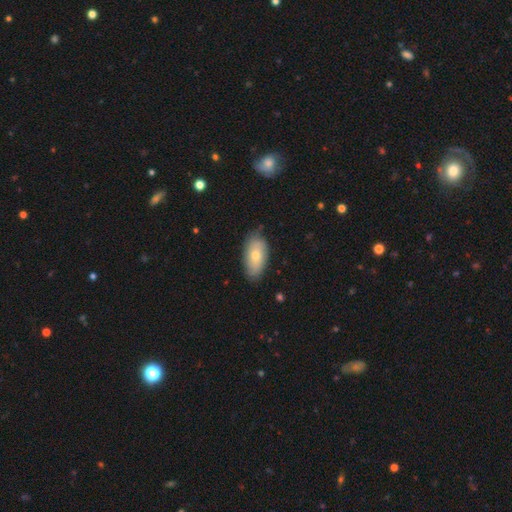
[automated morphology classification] Q: Smooth or featured?
A: smooth (67%); runner-up: featured or disk (27%)
Q: How rounded?
A: in between (92%); runner-up: cigar-shaped (4%)
Q: Merging?
A: none (75%); runner-up: minor disturbance (20%)